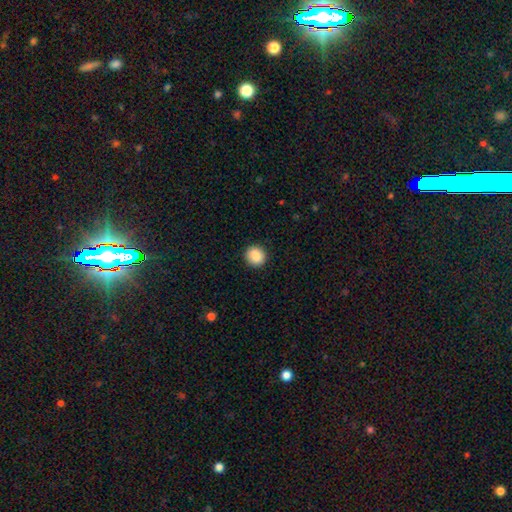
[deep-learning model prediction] smooth 88%, star or artifact 9%, featured or disk 4%. Down the decision tree: how rounded — round (87%); merging — none (91%).